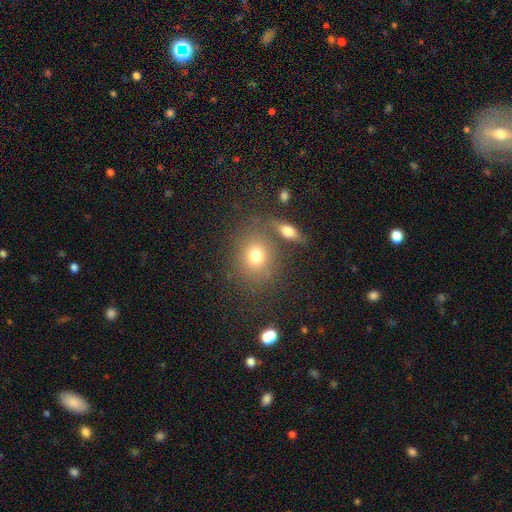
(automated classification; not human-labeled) smooth 74%, featured or disk 13%, star or artifact 13%. Down the decision tree: how rounded — round (64%); merging — none (68%).